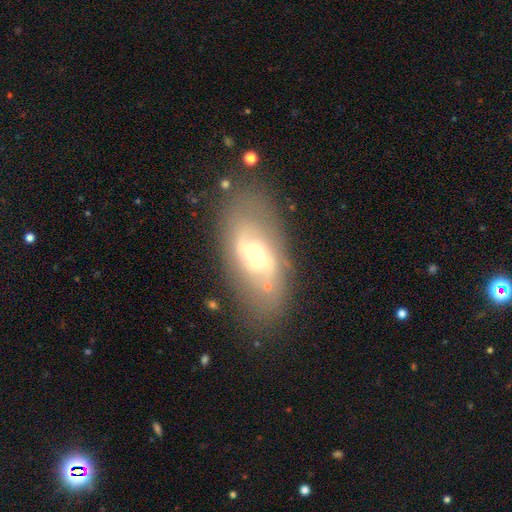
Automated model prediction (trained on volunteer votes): Q: Smooth or featured?
A: featured or disk (63%); runner-up: smooth (29%)
Q: Edge-on disk?
A: no (89%); runner-up: yes (11%)
Q: Bar?
A: weak (43%); runner-up: no (37%)
Q: Spiral arms?
A: yes (62%); runner-up: no (38%)
Q: Bulge size?
A: moderate (60%); runner-up: small (26%)
Q: Merging?
A: none (76%); runner-up: minor disturbance (14%)